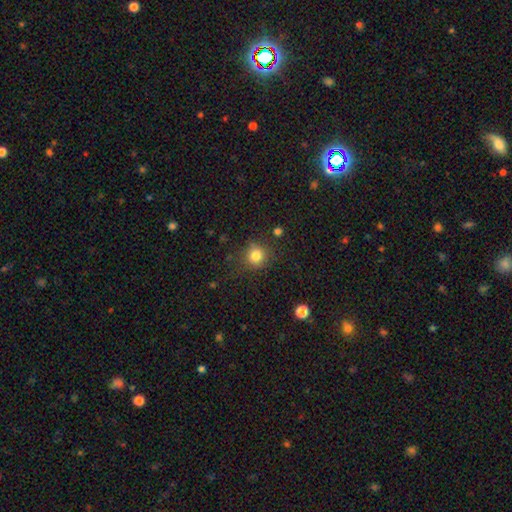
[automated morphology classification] smooth-or-featured: smooth: 82% | star or artifact: 12% | featured or disk: 6%
  how-rounded: round: 91% | in between: 8% | cigar-shaped: 1%
  merging: none: 82% | minor disturbance: 11% | major disturbance: 4% | merger: 3%